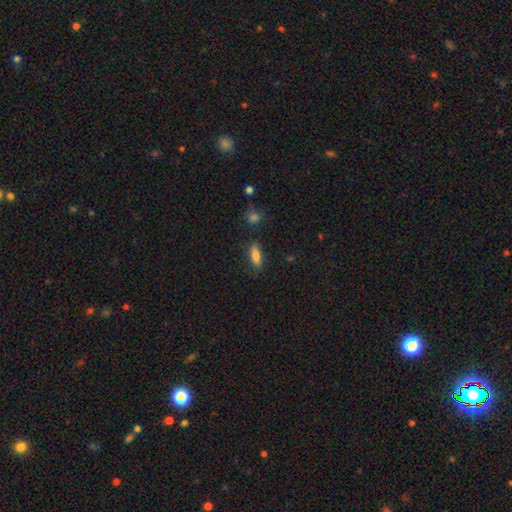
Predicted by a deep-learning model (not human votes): A smooth galaxy with no disk features (80%) that is in between round and cigar-shaped (66%).

Vote fractions:
- Smooth or featured? smooth: 80% / featured or disk: 12% / star or artifact: 8%
- How rounded? in between: 66% / cigar-shaped: 31% / round: 3%
- Merging? none: 80% / minor disturbance: 15% / major disturbance: 3% / merger: 2%